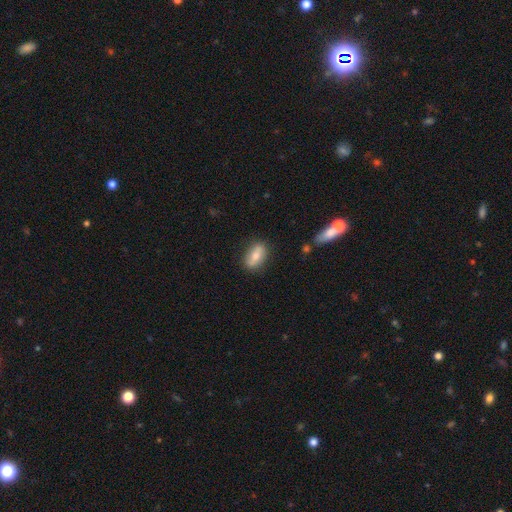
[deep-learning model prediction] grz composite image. It shows a smooth galaxy with no disk features (70%) that is in between round and cigar-shaped (83%). Merging: none (83%).